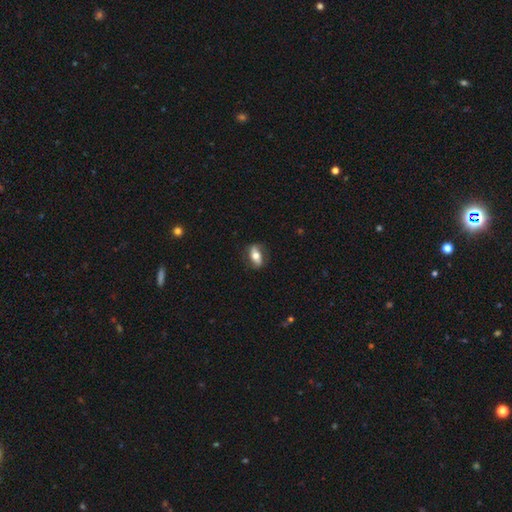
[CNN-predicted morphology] Smooth or featured: smooth — 51% (featured or disk — 42%)
How rounded: in between — 78% (cigar-shaped — 13%)
Merging: none — 79% (minor disturbance — 15%)